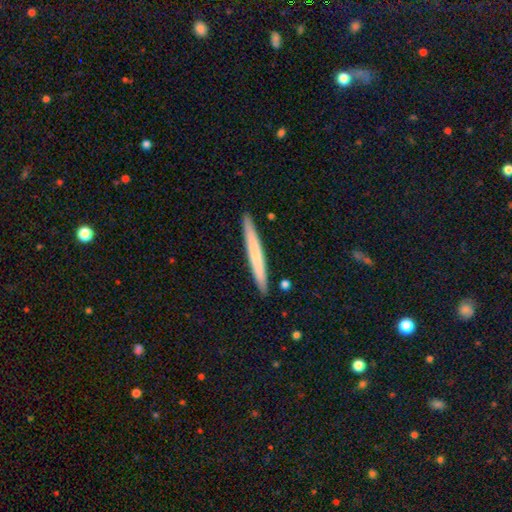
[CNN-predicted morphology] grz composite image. It shows a smooth galaxy with no disk features (62%) that is cigar-shaped (97%). Merging: none (91%).